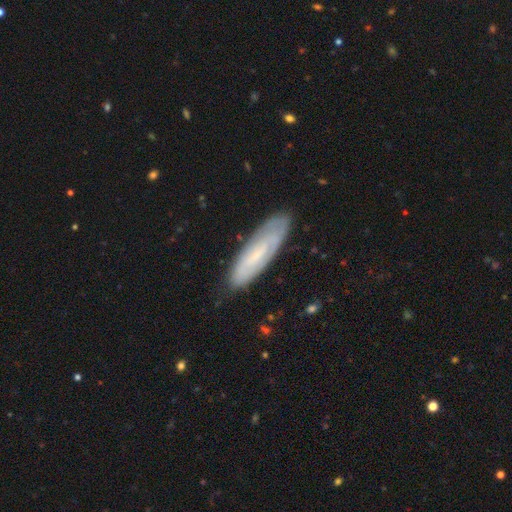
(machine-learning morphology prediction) smooth_or_featured: featured or disk (p=0.49) [alt: smooth p=0.43]
merging: none (p=0.78) [alt: minor disturbance p=0.16]